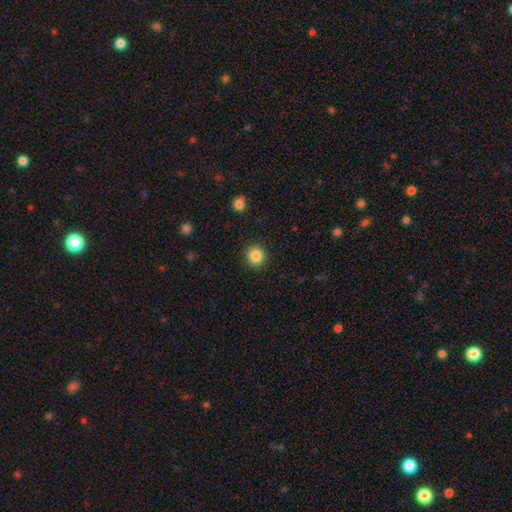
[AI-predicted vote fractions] Smooth or featured?
  - smooth: 86% *
  - star or artifact: 10%
  - featured or disk: 4%
How rounded?
  - round: 86% *
  - in between: 13%
  - cigar-shaped: 1%
Merging?
  - none: 90% *
  - minor disturbance: 6%
  - major disturbance: 2%
  - merger: 1%